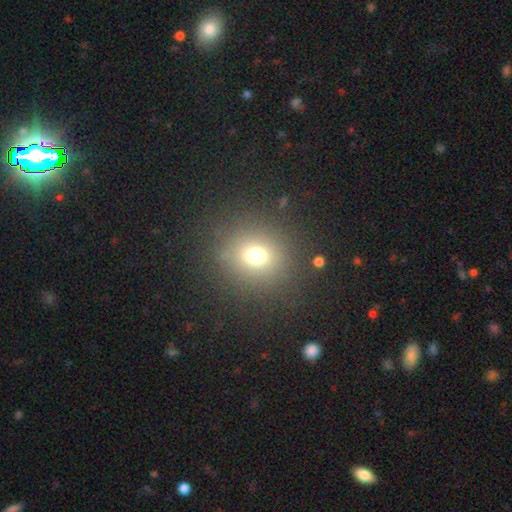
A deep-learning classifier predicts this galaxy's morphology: Smooth or featured: smooth — 70% (star or artifact — 21%)
How rounded: round — 84% (in between — 15%)
Merging: none — 85% (minor disturbance — 8%)